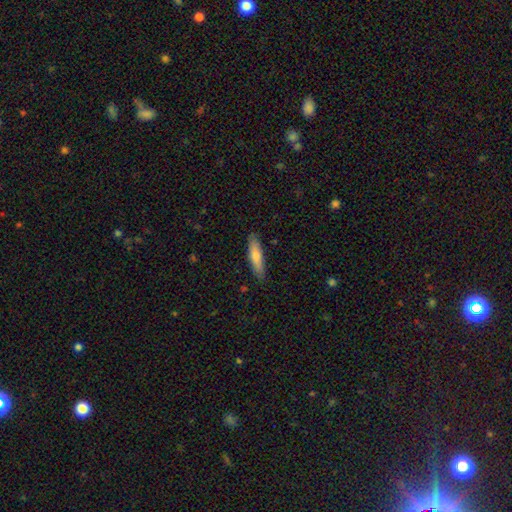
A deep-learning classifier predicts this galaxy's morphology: smooth-or-featured: smooth: 75% | featured or disk: 20% | star or artifact: 5%
  how-rounded: cigar-shaped: 74% | in between: 24% | round: 2%
  merging: none: 86% | minor disturbance: 11% | major disturbance: 2% | merger: 1%